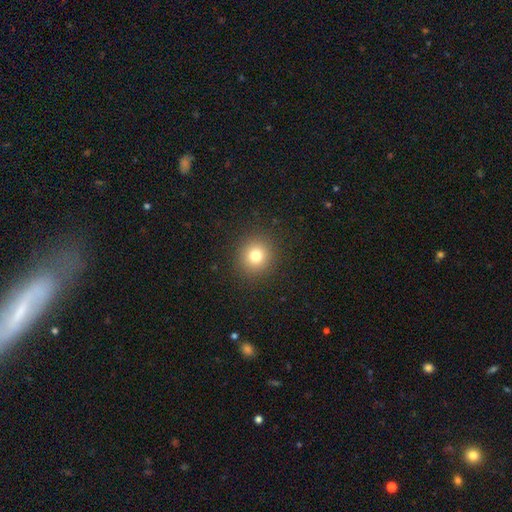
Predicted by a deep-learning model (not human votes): Smooth or featured? smooth (78%)
How rounded? round (91%)
Merging? none (91%)